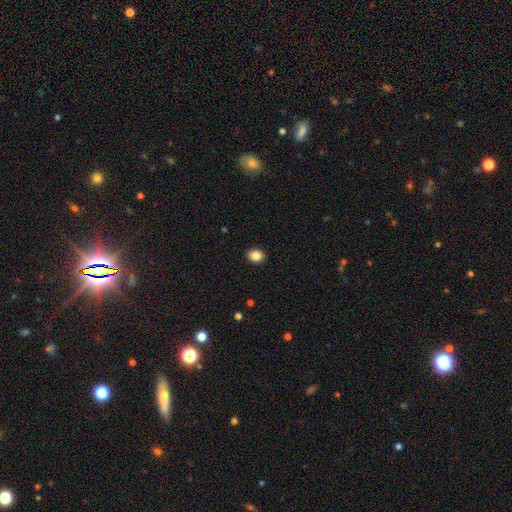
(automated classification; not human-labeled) Q: Smooth or featured?
A: smooth (86%); runner-up: star or artifact (9%)
Q: How rounded?
A: in between (50%); runner-up: round (49%)
Q: Merging?
A: none (92%); runner-up: minor disturbance (6%)